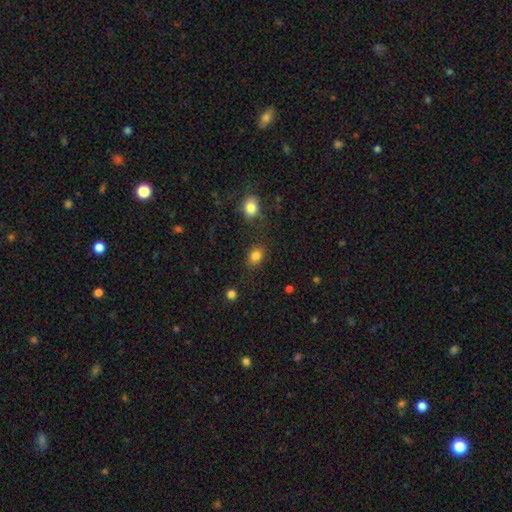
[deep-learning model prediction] This appears to be a smooth galaxy with no disk features (83%) that is in between round and cigar-shaped (61%). Merging: none (81%).